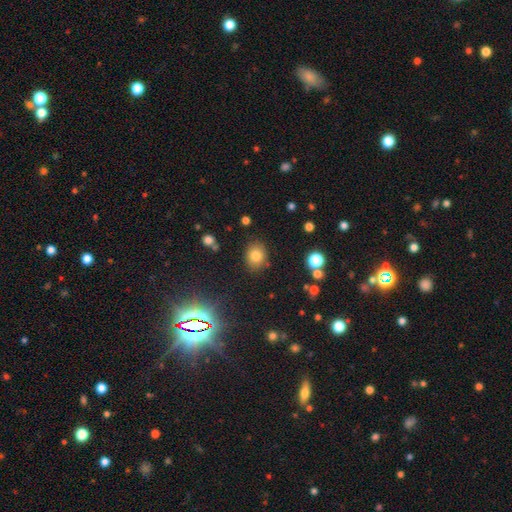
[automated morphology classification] This appears to be a smooth galaxy with no disk features (78%) that is round (63%). Merging: none (84%).